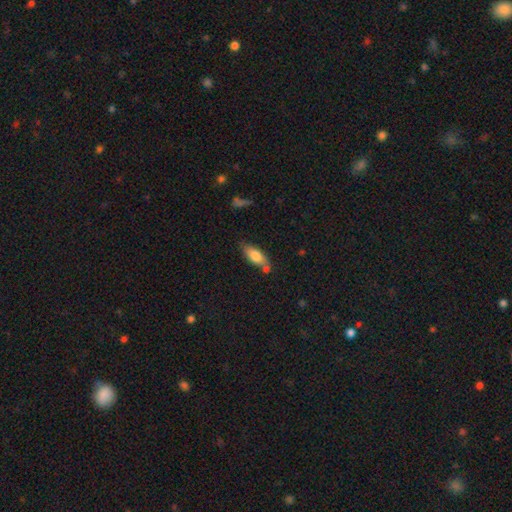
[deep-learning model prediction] This appears to be a smooth galaxy with no disk features (74%) that is in between round and cigar-shaped (73%). Merging: none (66%).